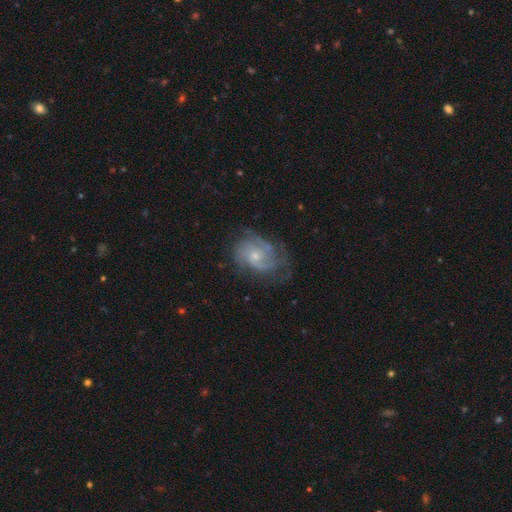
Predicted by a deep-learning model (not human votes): smooth-or-featured: featured or disk: 79% | smooth: 14% | star or artifact: 7%
  disk-edge-on: no: 97% | yes: 3%
    bar: no: 72% | weak: 25% | strong: 3%
    has-spiral-arms: yes: 91% | no: 9%
      spiral-winding: tight: 47% | medium: 40% | loose: 14%
      spiral-arm-count: can't tell: 34% | 2: 27% | 3: 21% | 4: 8% | 1: 5% | more than 4: 5%
    bulge-size: small: 60% | moderate: 34% | none: 3% | large: 2% | dominant: 1%
  merging: none: 60% | minor disturbance: 23% | major disturbance: 15% | merger: 2%